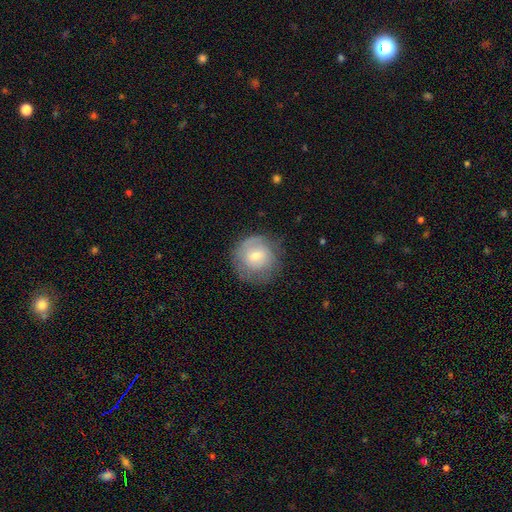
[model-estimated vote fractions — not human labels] This appears to be a smooth galaxy with no disk features (58%) that is round (90%). Merging: none (68%).